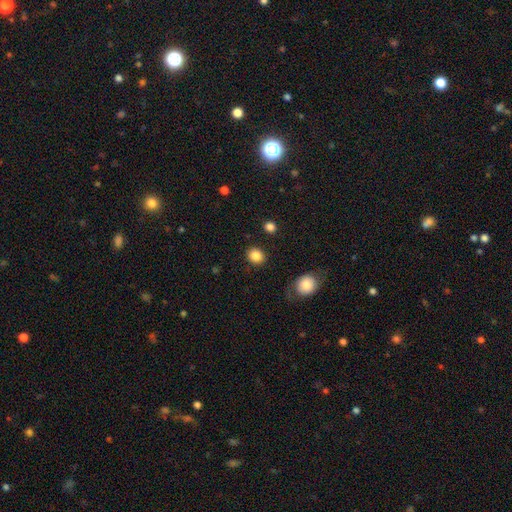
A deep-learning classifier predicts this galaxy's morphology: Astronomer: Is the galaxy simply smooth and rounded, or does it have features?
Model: smooth — 86%.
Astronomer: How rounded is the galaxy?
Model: round — 71%.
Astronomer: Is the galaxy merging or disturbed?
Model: none — 88%.